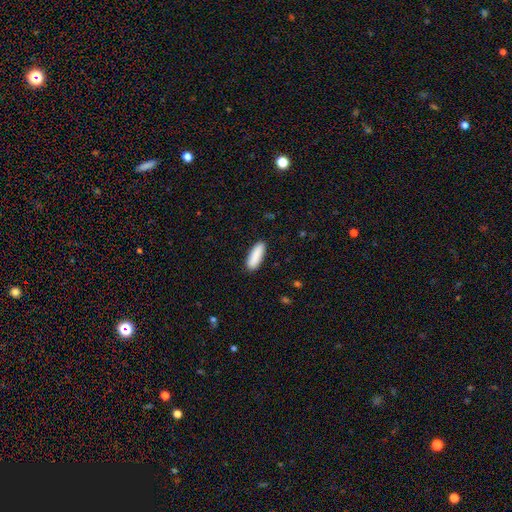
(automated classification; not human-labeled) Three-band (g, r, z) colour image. It shows a smooth galaxy with no disk features (89%) that is in between round and cigar-shaped (59%). Merging: none (89%).